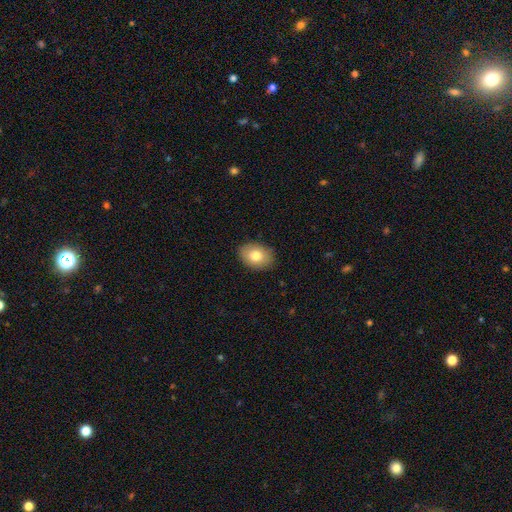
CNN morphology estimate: smooth_or_featured: smooth (p=0.79) [alt: featured or disk p=0.13]
how_rounded: in between (p=0.74) [alt: round p=0.25]
merging: none (p=0.88) [alt: minor disturbance p=0.09]